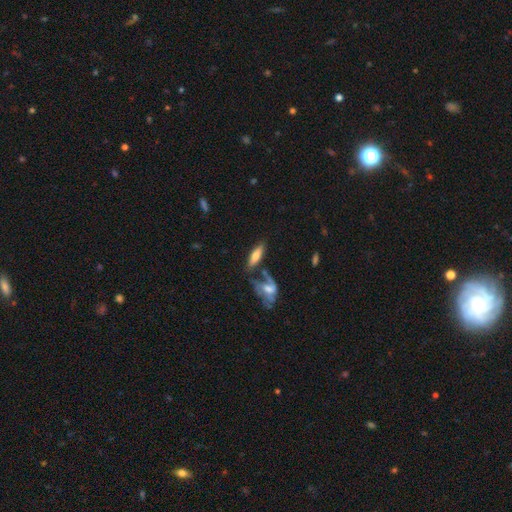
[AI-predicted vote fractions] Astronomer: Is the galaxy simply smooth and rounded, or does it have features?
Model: smooth — 62%.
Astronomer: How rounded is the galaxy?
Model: in between — 57% (runner-up: cigar-shaped, 40%).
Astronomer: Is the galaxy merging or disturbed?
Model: none — 53%.